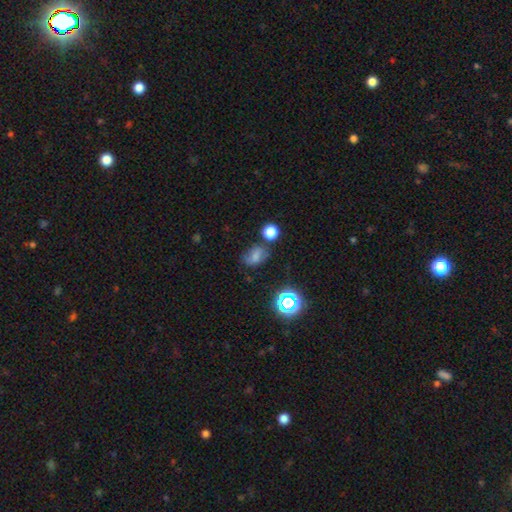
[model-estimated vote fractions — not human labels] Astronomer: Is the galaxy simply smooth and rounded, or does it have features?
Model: smooth — 61%.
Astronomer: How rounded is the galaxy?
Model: in between — 71%.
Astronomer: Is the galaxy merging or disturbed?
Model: none — 55%.